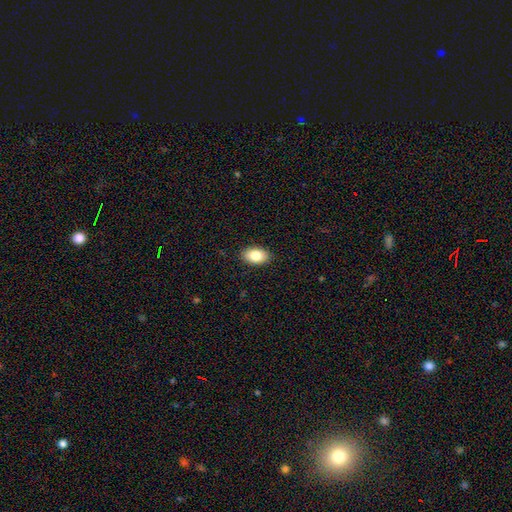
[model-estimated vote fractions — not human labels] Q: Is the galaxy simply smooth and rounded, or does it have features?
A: smooth — 84%.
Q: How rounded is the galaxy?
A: in between — 91%.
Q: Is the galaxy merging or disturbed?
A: none — 89%.